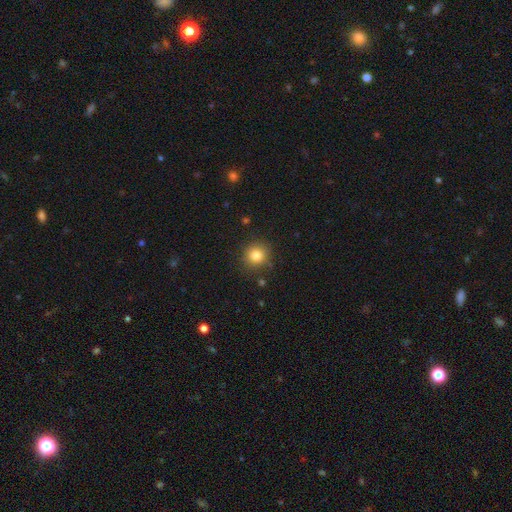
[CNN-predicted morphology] smooth 83%, star or artifact 11%, featured or disk 6%. Down the decision tree: how rounded — round (89%); merging — none (87%).